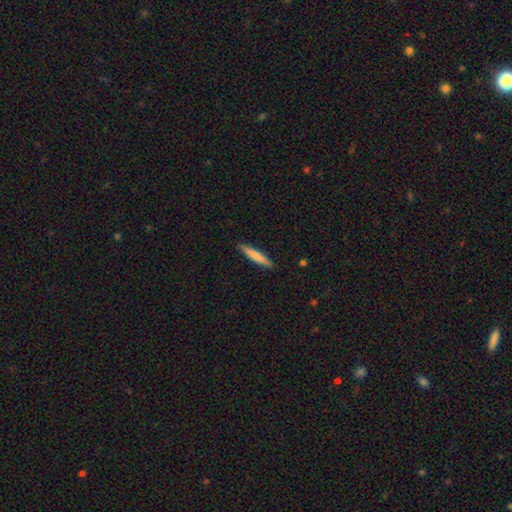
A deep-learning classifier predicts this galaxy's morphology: Smooth or featured: smooth — 77% (featured or disk — 18%)
How rounded: cigar-shaped — 92% (in between — 7%)
Merging: none — 90% (minor disturbance — 7%)